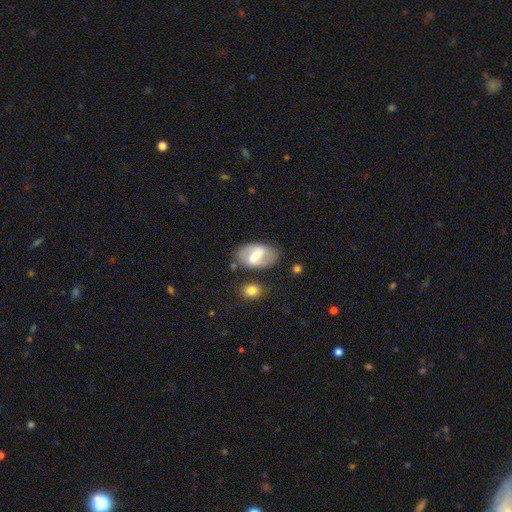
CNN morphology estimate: type=featured or disk (55%); edge-on=no (92%); bar=strong (66%); spiral arms=yes (50%, tied with no); bulge=moderate (41%); merging=none (73%).